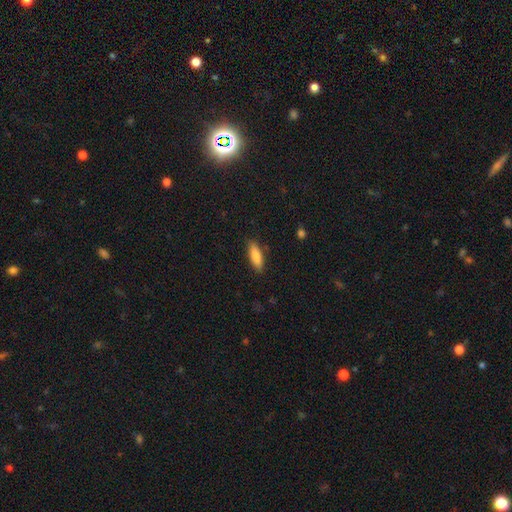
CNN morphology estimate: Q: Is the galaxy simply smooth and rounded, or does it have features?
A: smooth — 84%.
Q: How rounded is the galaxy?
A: in between — 57%.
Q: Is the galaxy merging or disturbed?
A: none — 86%.